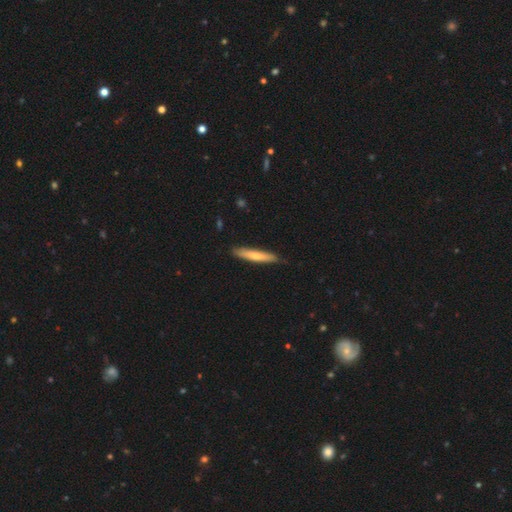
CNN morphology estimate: smooth-or-featured: smooth: 69% | featured or disk: 26% | star or artifact: 5%
  how-rounded: cigar-shaped: 92% | in between: 7% | round: 1%
  merging: none: 86% | minor disturbance: 12% | major disturbance: 2% | merger: 1%